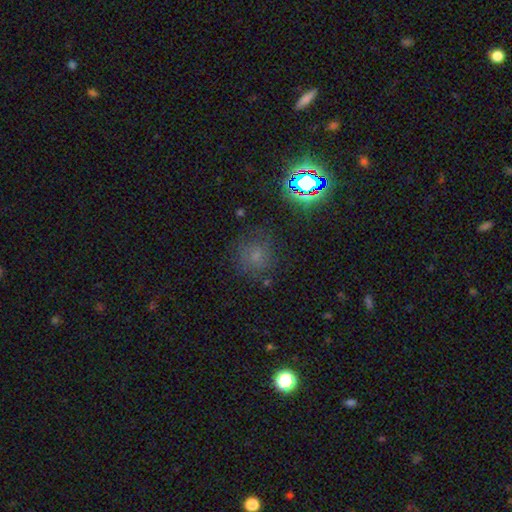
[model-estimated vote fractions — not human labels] The model was most divided on "smooth or featured": smooth: 55%, star or artifact: 33%, featured or disk: 12%. More confident: how rounded — round (86%); merging — none (75%).